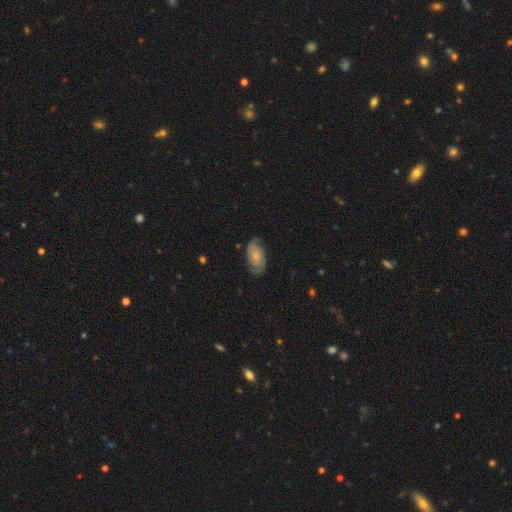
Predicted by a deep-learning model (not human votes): Overall: featured or disk (65%; smooth 29%). Edge-on disk: no (95%). Bar: no (71%). Spiral arms: yes (91%). Spiral arm count: 2 (75%). Spiral winding: tight (45%; medium 39%). Bulge size: small (57%; moderate 29%). Merging: none (72%).